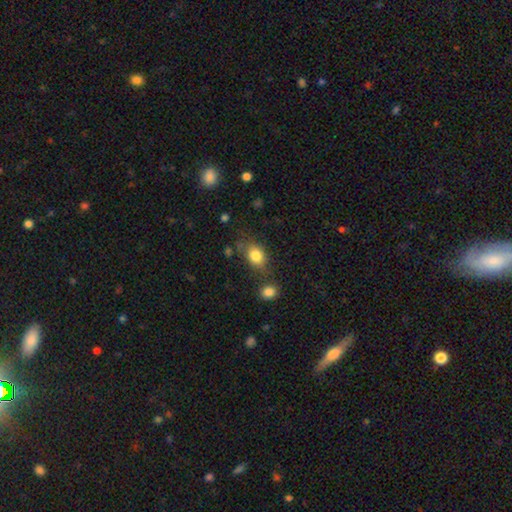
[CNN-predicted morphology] A smooth galaxy with no disk features (82%) that is in between round and cigar-shaped (64%). Merging: none (64%).